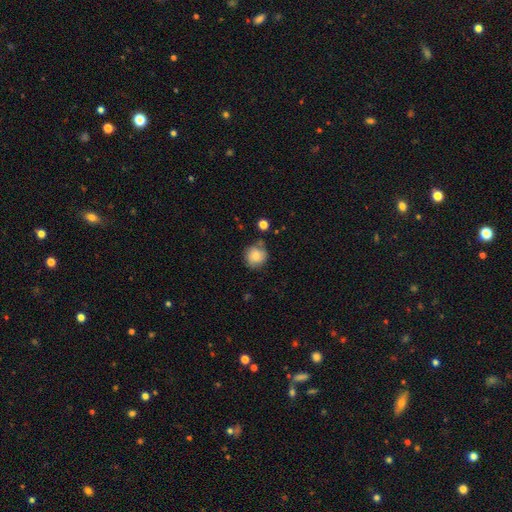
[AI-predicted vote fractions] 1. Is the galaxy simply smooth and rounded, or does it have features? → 80% smooth, 12% featured or disk, 8% star or artifact.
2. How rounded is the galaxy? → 89% round, 11% in between, 1% cigar-shaped.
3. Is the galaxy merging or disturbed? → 68% none, 20% minor disturbance, 7% merger, 5% major disturbance.